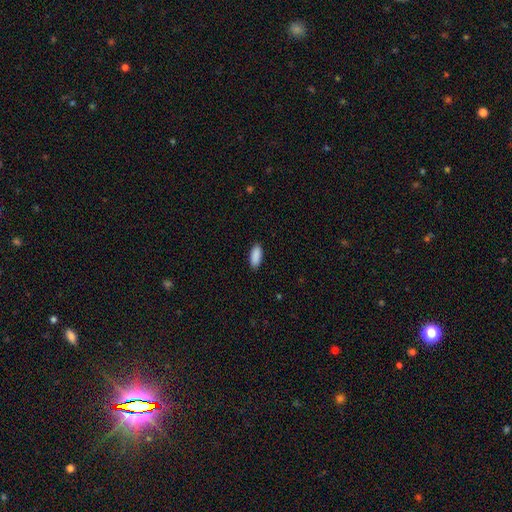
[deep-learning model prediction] Smooth or featured? Predicted: smooth (p=0.91). How rounded? Predicted: in between (p=0.84). Merging? Predicted: none (p=0.89).